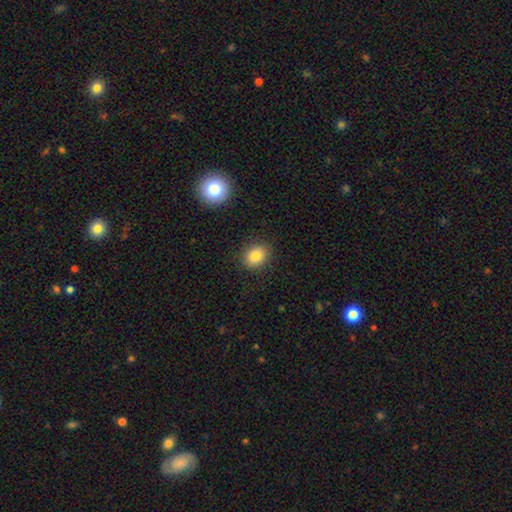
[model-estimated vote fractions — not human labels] This appears to be a smooth galaxy with no disk features (83%) that is round (55%). Merging: none (87%).